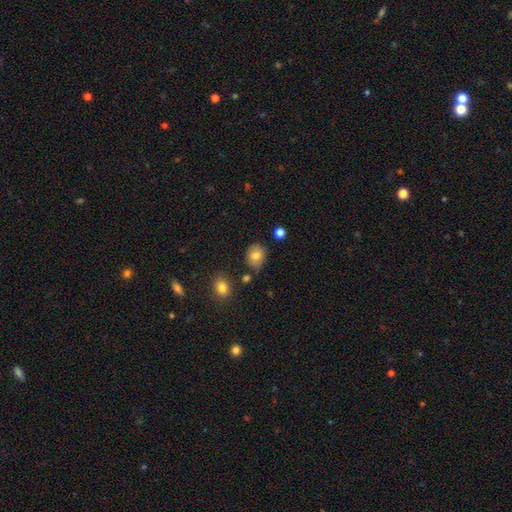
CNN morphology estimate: This is clearly a smooth galaxy (80%). How rounded: likely round (63%). Merging: likely none (68%).